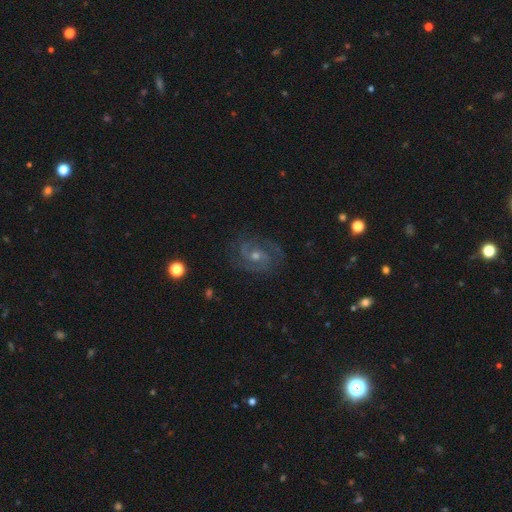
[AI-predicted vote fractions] smooth_or_featured: featured or disk (p=0.85) [alt: star or artifact p=0.09]
disk_edge_on: no (p=0.97) [alt: yes p=0.03]
bar: no (p=0.50) [alt: weak p=0.40]
has_spiral_arms: yes (p=0.97) [alt: no p=0.03]
spiral_winding: medium (p=0.47) [alt: tight p=0.44]
spiral_arm_count: 2 (p=0.67) [alt: 3 p=0.13]
bulge_size: small (p=0.48) [alt: moderate p=0.47]
merging: none (p=0.79) [alt: minor disturbance p=0.13]